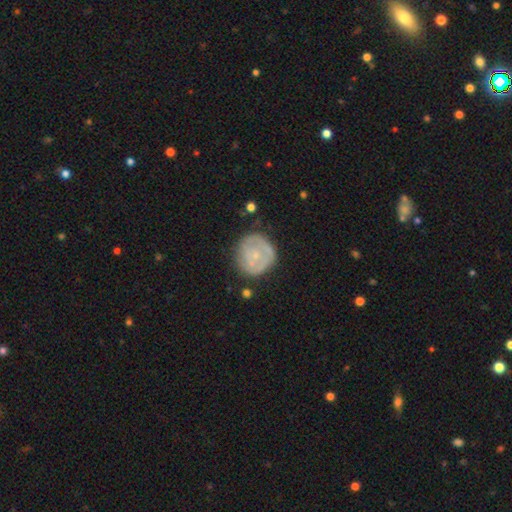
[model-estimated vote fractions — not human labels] smooth_or_featured: featured or disk (p=0.57) [alt: smooth p=0.37]
disk_edge_on: no (p=0.98) [alt: yes p=0.02]
bar: no (p=0.81) [alt: weak p=0.16]
has_spiral_arms: yes (p=0.62) [alt: no p=0.38]
bulge_size: small (p=0.75) [alt: moderate p=0.16]
merging: none (p=0.70) [alt: minor disturbance p=0.20]